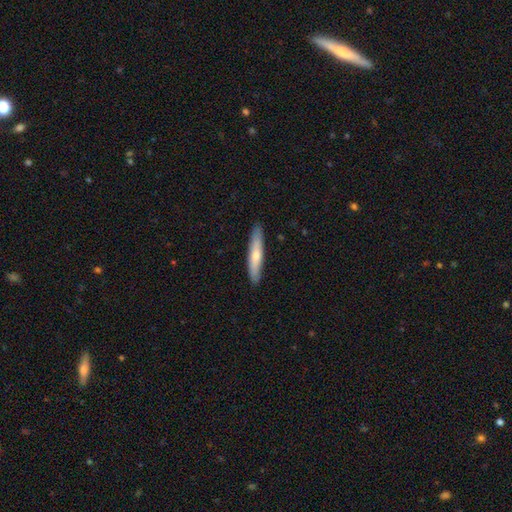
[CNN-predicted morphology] A smooth galaxy with no disk features (63%) that is cigar-shaped (90%).

Vote fractions:
- Smooth or featured? smooth: 63% / featured or disk: 32% / star or artifact: 5%
- How rounded? cigar-shaped: 90% / in between: 9% / round: 1%
- Merging? none: 90% / minor disturbance: 8% / major disturbance: 1% / merger: 1%